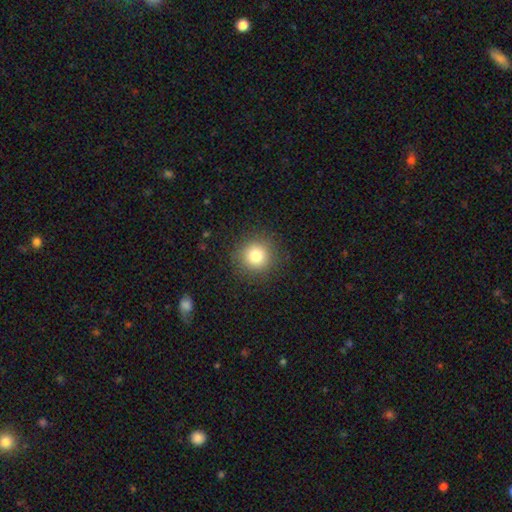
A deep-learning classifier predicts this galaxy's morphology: smooth 80%, star or artifact 12%, featured or disk 8%. Down the decision tree: how rounded — round (93%); merging — none (89%).